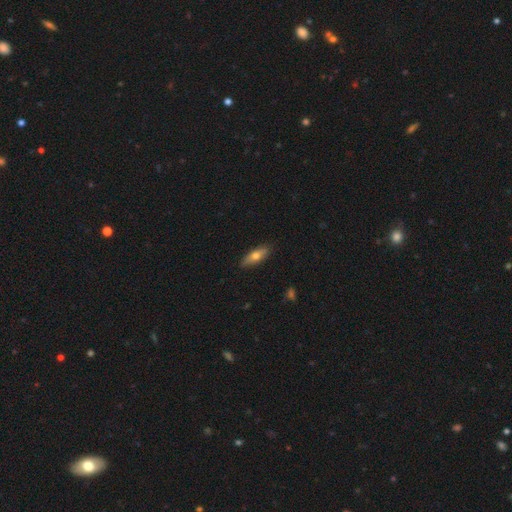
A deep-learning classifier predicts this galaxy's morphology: smooth_or_featured: smooth (p=0.64) [alt: featured or disk p=0.30]
how_rounded: in between (p=0.53) [alt: cigar-shaped p=0.44]
merging: none (p=0.87) [alt: minor disturbance p=0.10]